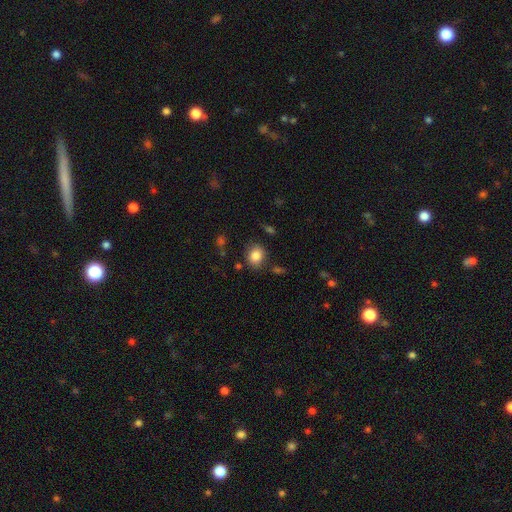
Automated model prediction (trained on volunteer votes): Overall: smooth (84%). How rounded: round (53%; in between 46%). Merging: none (79%).